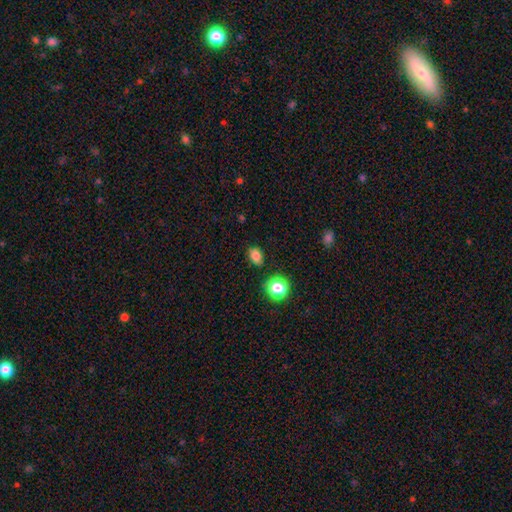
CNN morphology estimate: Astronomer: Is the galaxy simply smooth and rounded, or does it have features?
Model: smooth — 81%.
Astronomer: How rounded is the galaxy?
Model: in between — 73%.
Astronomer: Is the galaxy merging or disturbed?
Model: none — 85%.